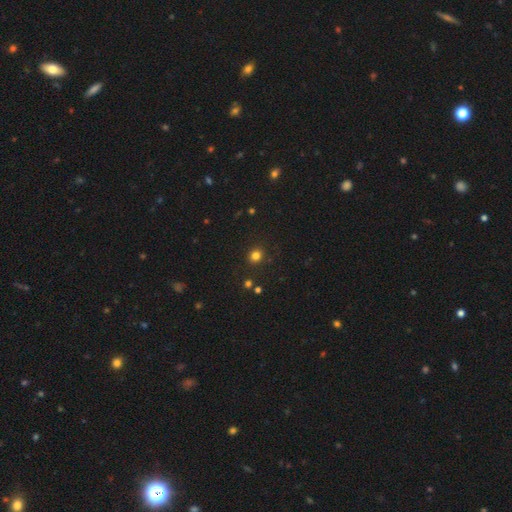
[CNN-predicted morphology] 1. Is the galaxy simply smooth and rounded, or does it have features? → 80% smooth, 15% star or artifact, 5% featured or disk.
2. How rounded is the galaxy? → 84% round, 15% in between, 1% cigar-shaped.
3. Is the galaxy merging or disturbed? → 89% none, 6% minor disturbance, 2% merger, 2% major disturbance.